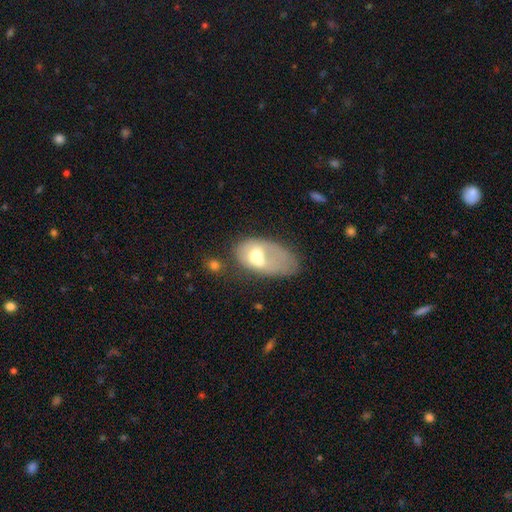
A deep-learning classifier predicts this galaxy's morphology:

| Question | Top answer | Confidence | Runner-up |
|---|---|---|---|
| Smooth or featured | smooth | 53% | featured or disk (39%) |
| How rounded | in between | 84% | round (14%) |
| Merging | merger | 44% | major disturbance (26%) |